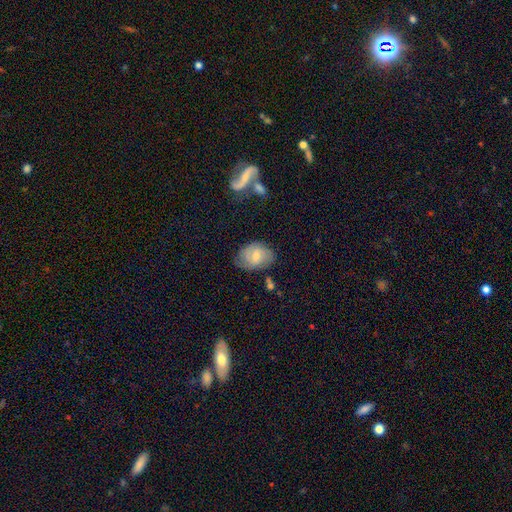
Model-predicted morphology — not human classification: featured or disk 47%, smooth 45%, star or artifact 7%. Down the decision tree: merging — none (62%).